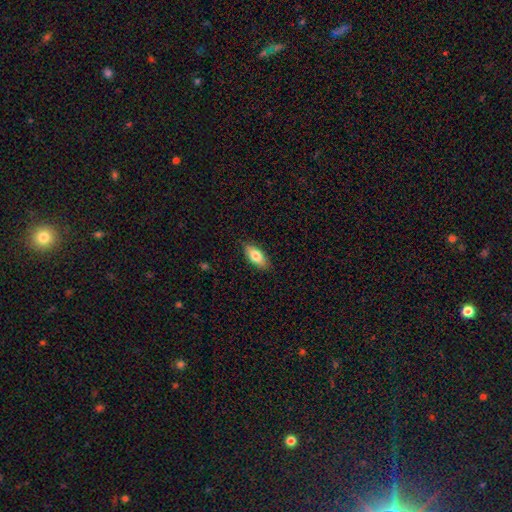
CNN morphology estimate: A smooth galaxy with no disk features (80%) that is in between round and cigar-shaped (86%). Merging: none (87%).